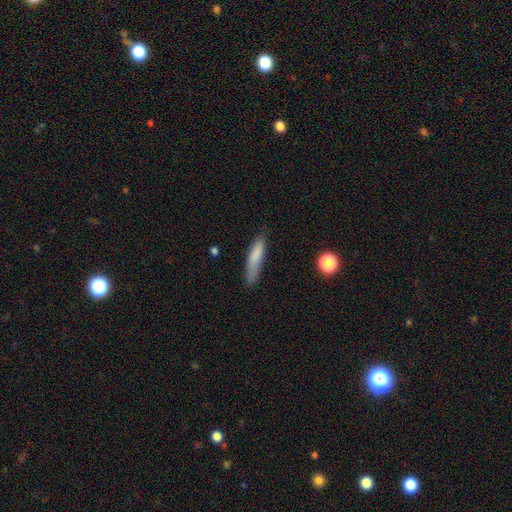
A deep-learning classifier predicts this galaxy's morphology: smooth 80%, featured or disk 13%, star or artifact 7%. Down the decision tree: how rounded — cigar-shaped (82%); merging — none (72%).